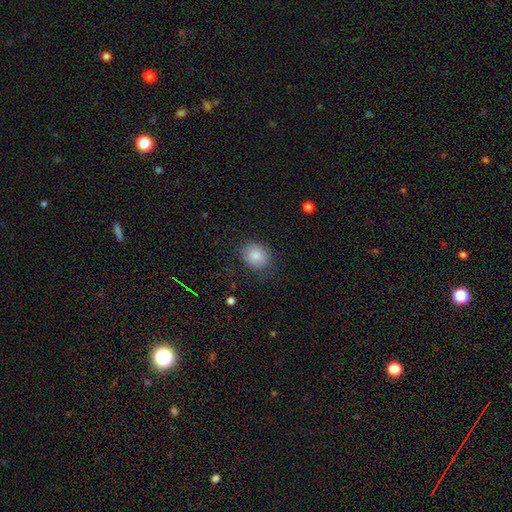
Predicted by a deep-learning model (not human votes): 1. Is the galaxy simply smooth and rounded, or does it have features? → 85% smooth, 8% star or artifact, 7% featured or disk.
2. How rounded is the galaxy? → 57% round, 43% in between, 1% cigar-shaped.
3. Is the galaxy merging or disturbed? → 76% none, 17% minor disturbance, 6% major disturbance, 1% merger.